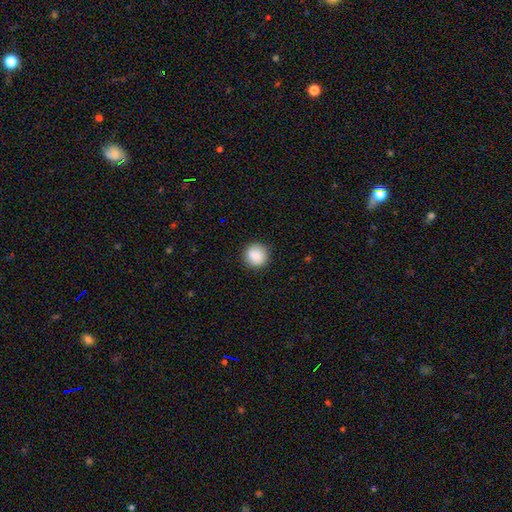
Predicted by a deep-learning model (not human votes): Smooth or featured? Predicted: smooth (p=0.88). How rounded? Predicted: round (p=0.92). Merging? Predicted: none (p=0.89).